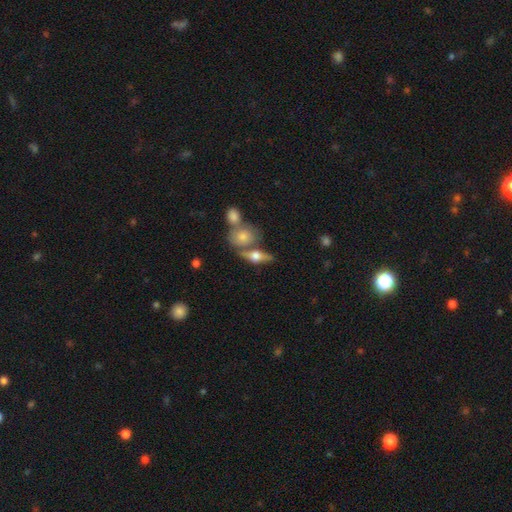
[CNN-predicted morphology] Smooth or featured? Predicted: featured or disk (p=0.54). Edge-on disk? Predicted: yes (p=0.85). Merging? Predicted: none (p=0.56).